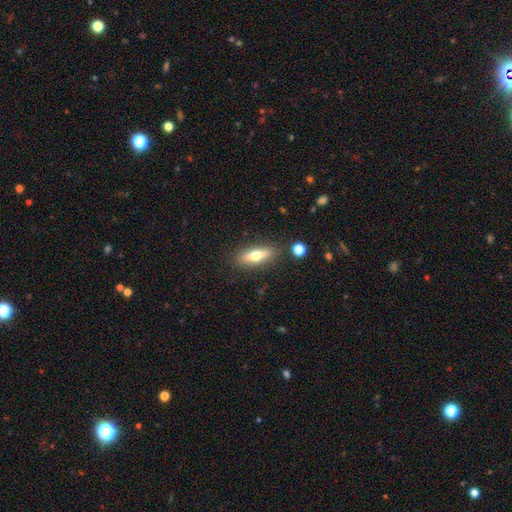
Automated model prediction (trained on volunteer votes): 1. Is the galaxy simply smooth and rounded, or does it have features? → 61% smooth, 32% featured or disk, 7% star or artifact.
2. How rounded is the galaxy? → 54% in between, 42% cigar-shaped, 3% round.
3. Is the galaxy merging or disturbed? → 84% none, 10% minor disturbance, 3% merger, 3% major disturbance.